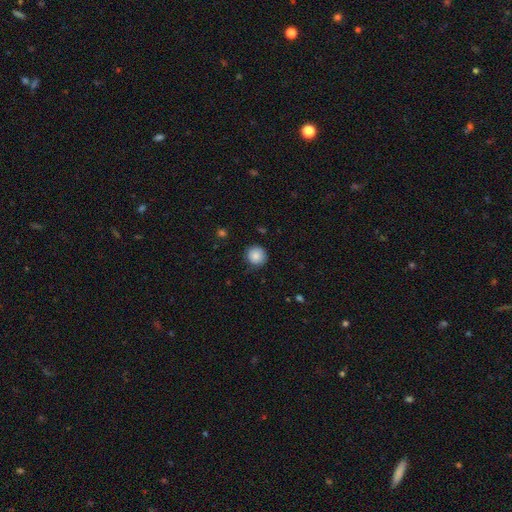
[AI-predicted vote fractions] The model was most divided on "merging": none: 86%, minor disturbance: 10%, major disturbance: 2%, merger: 1%. More confident: how rounded — round (94%); smooth or featured — smooth (86%).